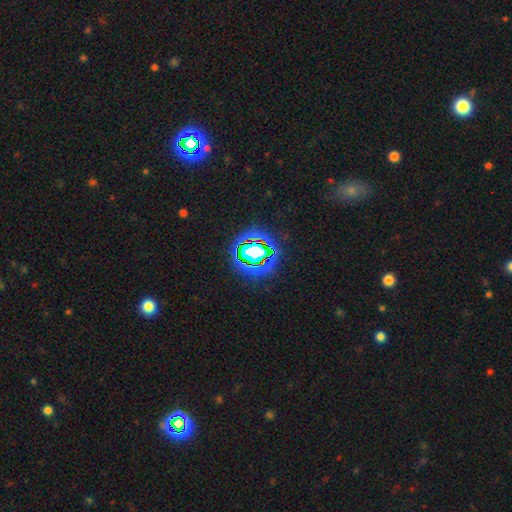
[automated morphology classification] Smooth or featured?
  - star or artifact: 73% *
  - smooth: 16%
  - featured or disk: 11%